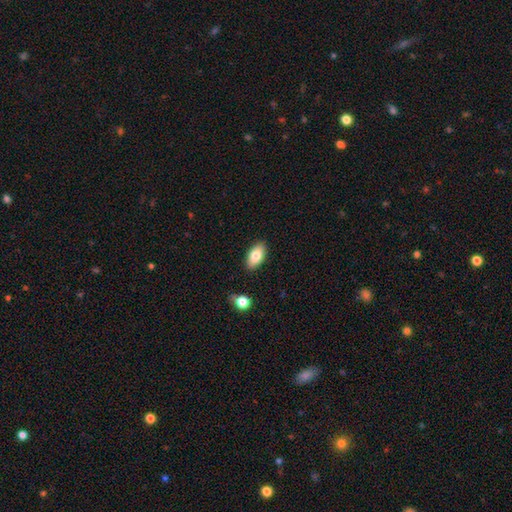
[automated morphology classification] Smooth or featured?
  - smooth: 80% *
  - featured or disk: 13%
  - star or artifact: 7%
How rounded?
  - in between: 92% *
  - cigar-shaped: 4%
  - round: 4%
Merging?
  - none: 87% *
  - minor disturbance: 9%
  - major disturbance: 2%
  - merger: 2%